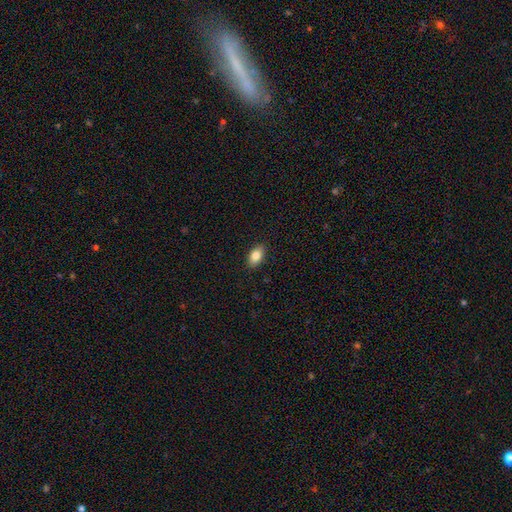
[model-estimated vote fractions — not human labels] A smooth galaxy with no disk features (85%) that is in between round and cigar-shaped (91%).

Vote fractions:
- Smooth or featured? smooth: 85% / star or artifact: 8% / featured or disk: 7%
- How rounded? in between: 91% / round: 6% / cigar-shaped: 2%
- Merging? none: 89% / minor disturbance: 8% / major disturbance: 2% / merger: 1%